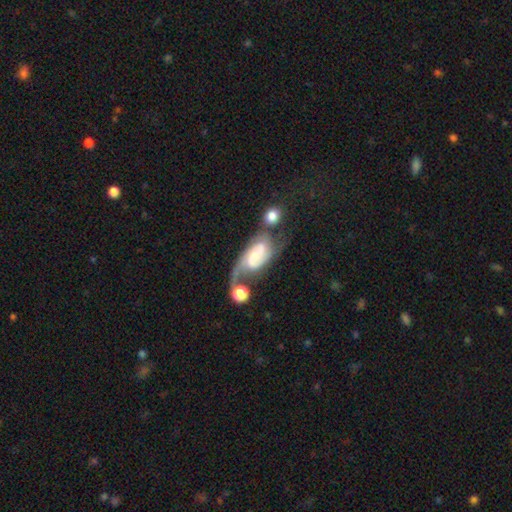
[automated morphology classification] A featured or disk galaxy (76%) with a weak bar (43%), 2 (75%) medium (44%) spiral arms (94%) and a small central bulge (48%).

Vote fractions:
- Smooth or featured? featured or disk: 76% / smooth: 17% / star or artifact: 7%
- Edge-on disk? no: 96% / yes: 4%
- Bar? weak: 43% / no: 37% / strong: 20%
- Spiral arms? yes: 94% / no: 6%
- Spiral winding? medium: 44% / loose: 34% / tight: 22%
- Spiral arm count? 2: 75% / 1: 13% / can't tell: 7% / 3: 3% / 4: 1% / more than 4: 1%
- Bulge size? small: 48% / moderate: 24% / none: 16% / large: 9% / dominant: 3%
- Merging? none: 32% / merger: 26% / major disturbance: 24% / minor disturbance: 18%